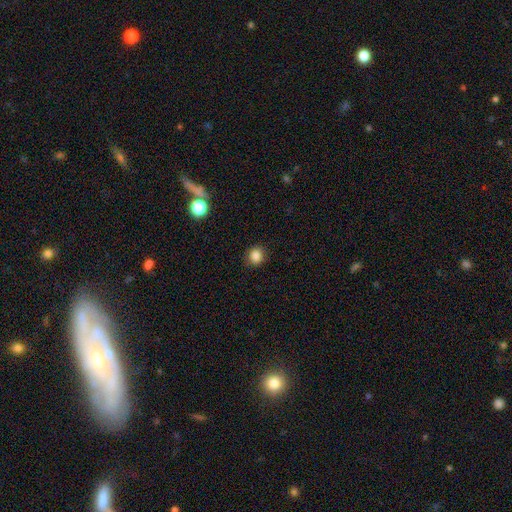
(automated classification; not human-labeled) This is clearly a smooth galaxy (84%). How rounded: clearly round (80%). Merging: clearly none (89%).